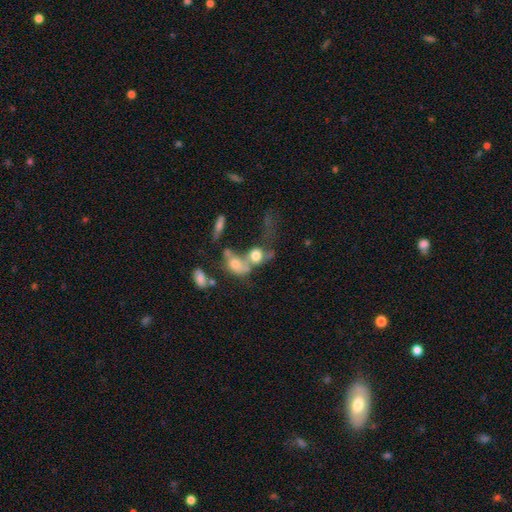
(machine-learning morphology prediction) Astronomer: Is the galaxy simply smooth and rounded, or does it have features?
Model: smooth — 59%.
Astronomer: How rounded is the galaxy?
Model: in between — 56% (runner-up: round, 40%).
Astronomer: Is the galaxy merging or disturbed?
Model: merger — 62%.